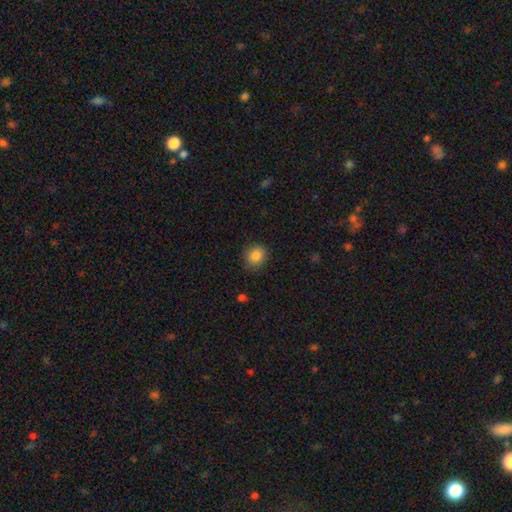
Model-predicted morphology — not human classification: Smooth or featured? smooth (86%)
How rounded? round (74%)
Merging? none (83%)